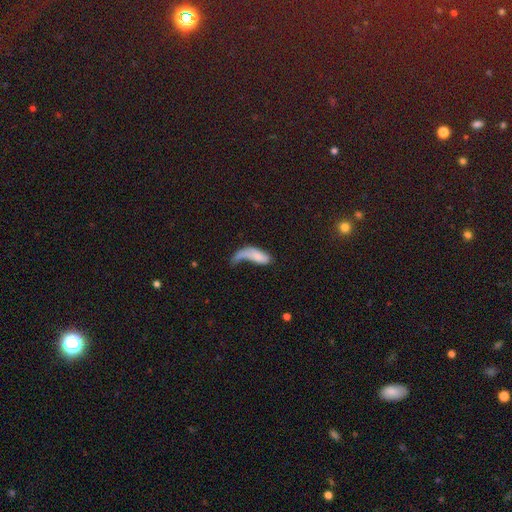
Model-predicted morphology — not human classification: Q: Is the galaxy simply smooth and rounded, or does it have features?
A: smooth — 65%.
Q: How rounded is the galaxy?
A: in between — 68%.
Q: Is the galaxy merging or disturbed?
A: major disturbance — 48%.